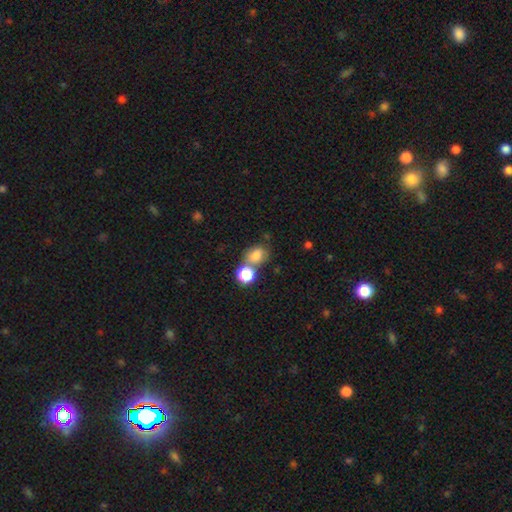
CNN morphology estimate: This appears to be a smooth galaxy with no disk features (77%) that is in between round and cigar-shaped (51%). Merging: none (49%).